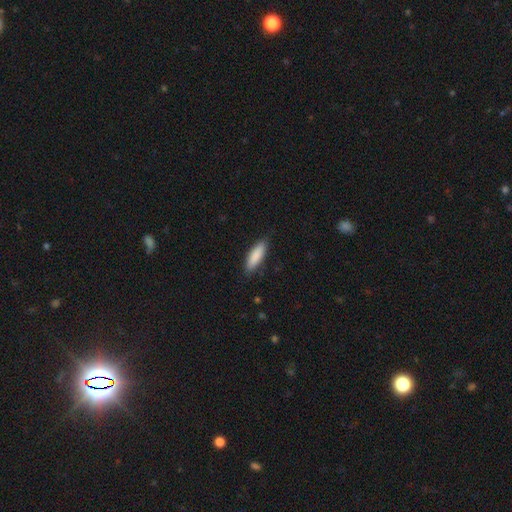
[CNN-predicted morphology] smooth-or-featured: smooth: 87% | featured or disk: 7% | star or artifact: 5%
  how-rounded: in between: 50% | cigar-shaped: 49% | round: 2%
  merging: none: 86% | minor disturbance: 11% | major disturbance: 2% | merger: 1%